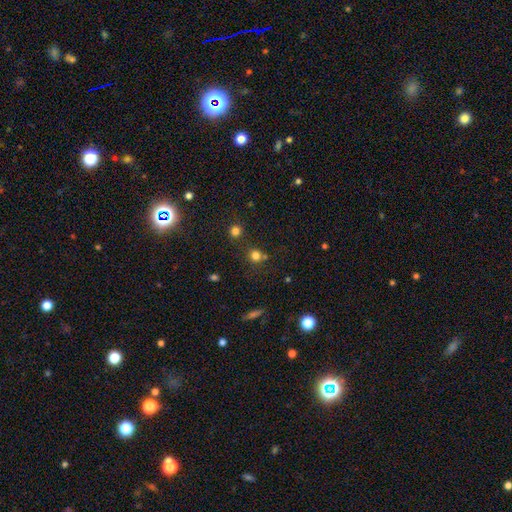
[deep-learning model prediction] Smooth or featured?
  - smooth: 75% *
  - star or artifact: 19%
  - featured or disk: 6%
How rounded?
  - round: 88% *
  - in between: 10%
  - cigar-shaped: 1%
Merging?
  - none: 69% *
  - merger: 17%
  - minor disturbance: 10%
  - major disturbance: 4%